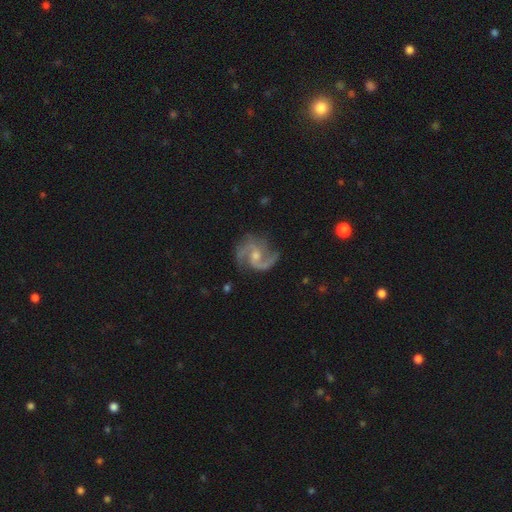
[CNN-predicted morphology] The model was most divided on "bar": weak: 45%, no: 43%, strong: 11%. Remaining: spiral arms — yes (98%); edge-on disk — no (98%); smooth or featured — featured or disk (90%); spiral arm count — 2 (83%); merging — none (75%); spiral winding — medium (57%); bulge size — small (49%).